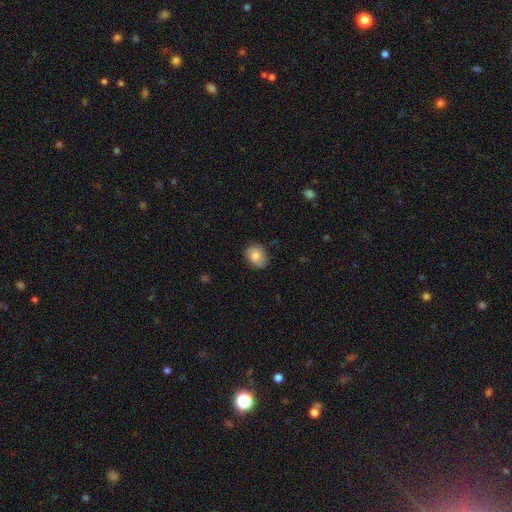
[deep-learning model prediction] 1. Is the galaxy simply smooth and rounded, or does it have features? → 80% smooth, 13% featured or disk, 7% star or artifact.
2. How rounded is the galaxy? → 63% in between, 36% round, 1% cigar-shaped.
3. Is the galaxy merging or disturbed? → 78% none, 17% minor disturbance, 3% major disturbance, 1% merger.